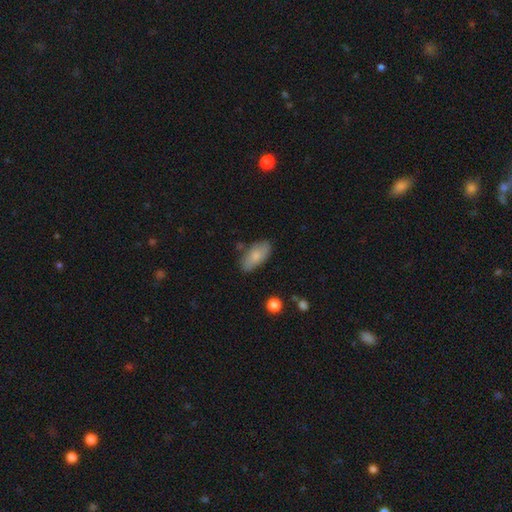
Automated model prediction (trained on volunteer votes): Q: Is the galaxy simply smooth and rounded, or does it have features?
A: smooth — 77%.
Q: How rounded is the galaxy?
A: in between — 91%.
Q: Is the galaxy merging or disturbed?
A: none — 78%.